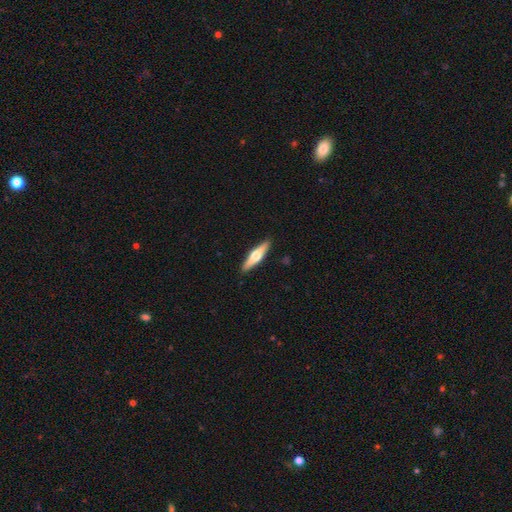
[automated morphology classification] A featured or disk galaxy (54%) viewed edge-on (95%) with a rounded central bulge (93%). Merging: none (91%).